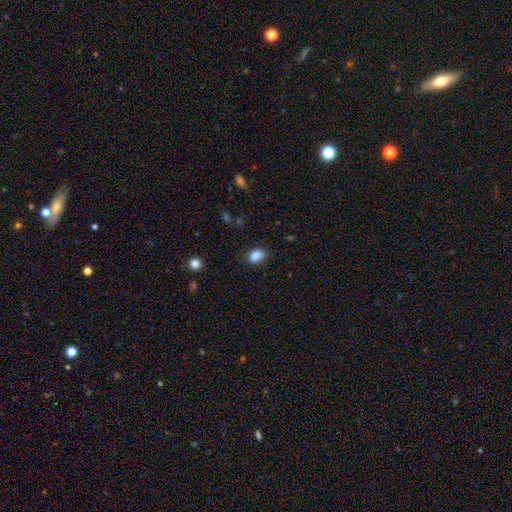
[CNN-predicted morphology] type=smooth (86%); roundness=in between (74%); merging=none (78%).